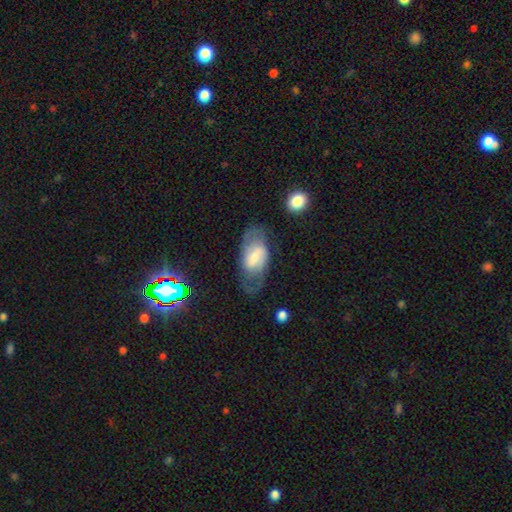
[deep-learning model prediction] Smooth or featured: featured or disk — 62% (smooth — 29%)
Edge-on disk: no — 94% (yes — 6%)
Bar: weak — 51% (strong — 28%)
Spiral arms: yes — 82% (no — 18%)
Bulge size: small — 43% (moderate — 37%)
Merging: none — 67% (minor disturbance — 19%)